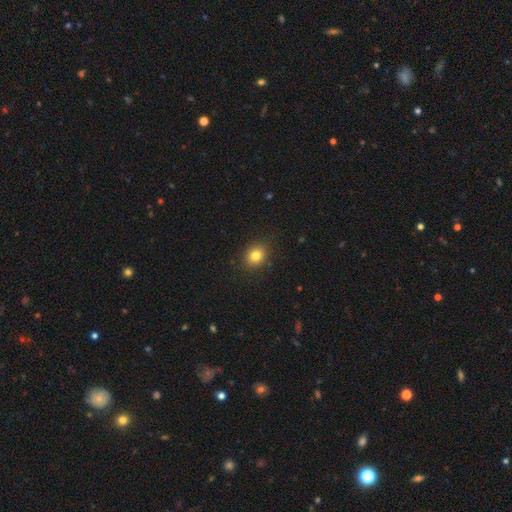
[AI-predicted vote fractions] Morphology: type=smooth (81%); roundness=round (61%); merging=none (88%).